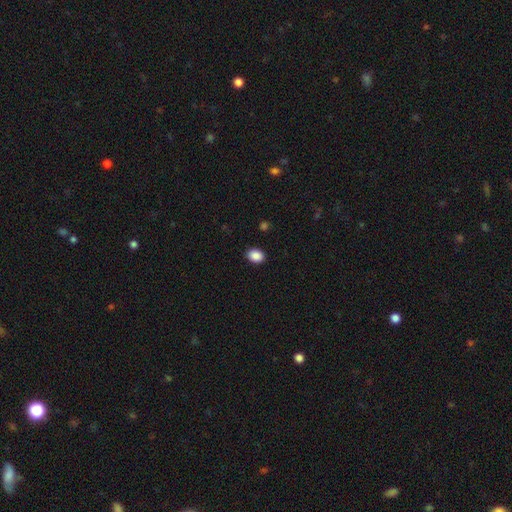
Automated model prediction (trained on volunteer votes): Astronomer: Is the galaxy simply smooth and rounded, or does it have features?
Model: smooth — 89%.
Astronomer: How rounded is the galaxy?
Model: in between — 65%.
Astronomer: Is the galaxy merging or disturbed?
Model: none — 90%.